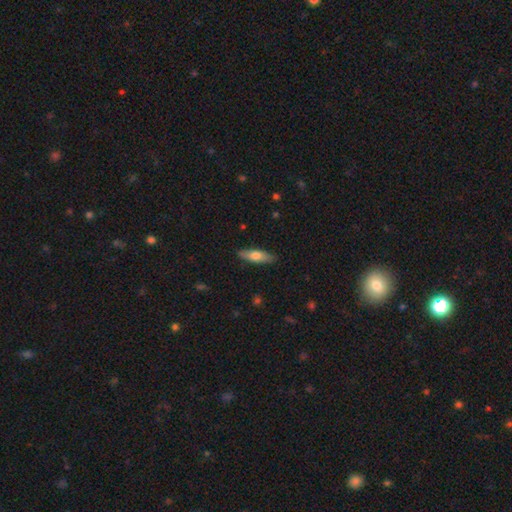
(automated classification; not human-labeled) Overall: smooth (64%; featured or disk 29%). How rounded: in between (49%, tied with cigar-shaped). Merging: none (86%).